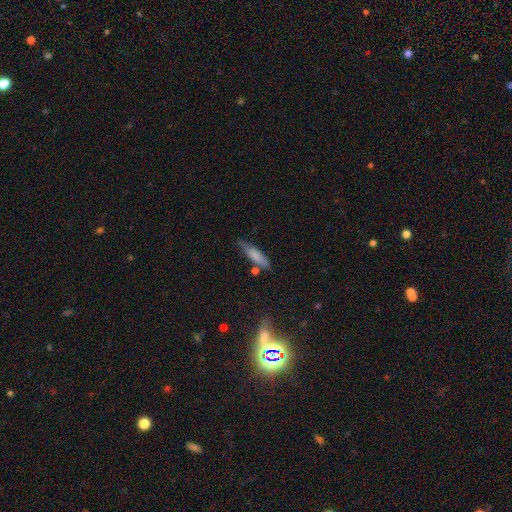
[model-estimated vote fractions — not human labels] Smooth or featured: smooth — 74% (featured or disk — 19%)
How rounded: cigar-shaped — 71% (in between — 27%)
Merging: none — 66% (minor disturbance — 22%)